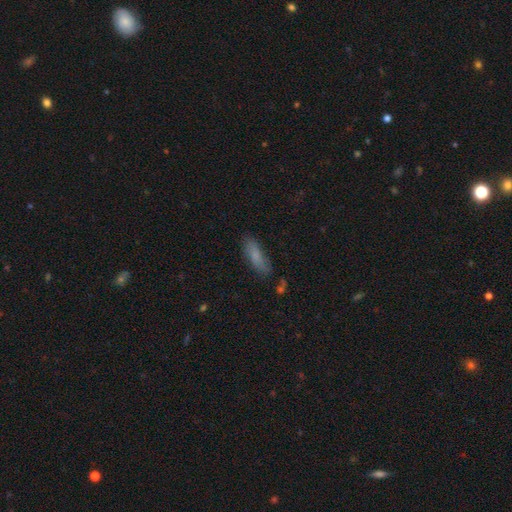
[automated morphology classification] smooth-or-featured: smooth: 77% | featured or disk: 15% | star or artifact: 8%
  how-rounded: in between: 50% | cigar-shaped: 48% | round: 2%
  merging: none: 74% | minor disturbance: 18% | major disturbance: 5% | merger: 3%